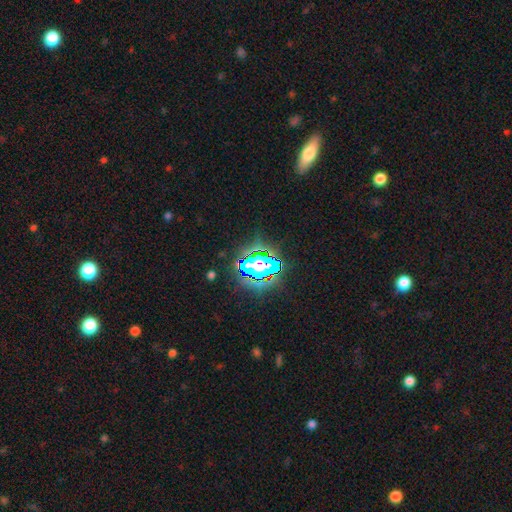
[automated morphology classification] This appears to be a star or artifact, not a galaxy (70%).